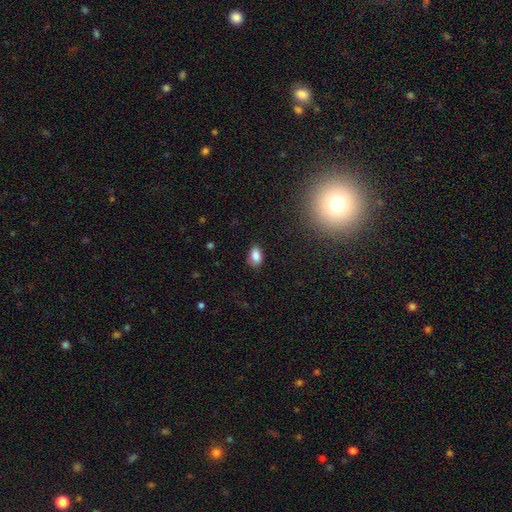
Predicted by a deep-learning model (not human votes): Smooth or featured? smooth (86%)
How rounded? in between (89%)
Merging? none (84%)